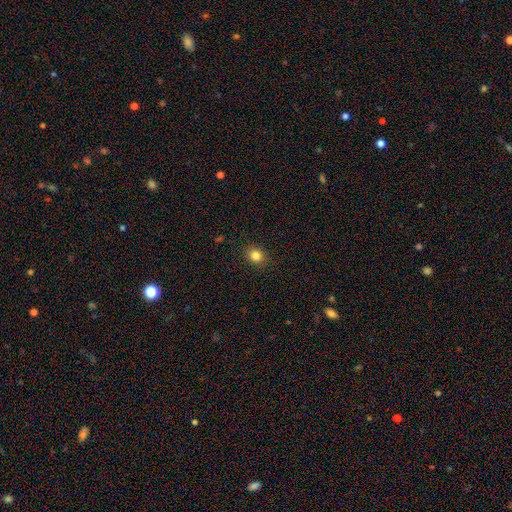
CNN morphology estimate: type=smooth (83%); roundness=round (70%); merging=none (90%).